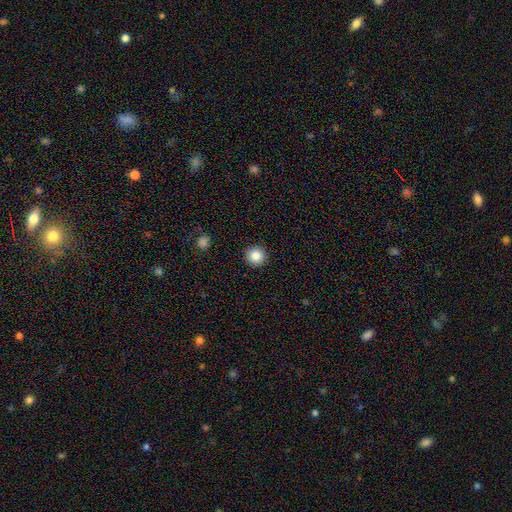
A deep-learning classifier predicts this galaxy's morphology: Q: Smooth or featured?
A: smooth (86%); runner-up: star or artifact (9%)
Q: How rounded?
A: round (95%); runner-up: in between (4%)
Q: Merging?
A: none (93%); runner-up: minor disturbance (5%)